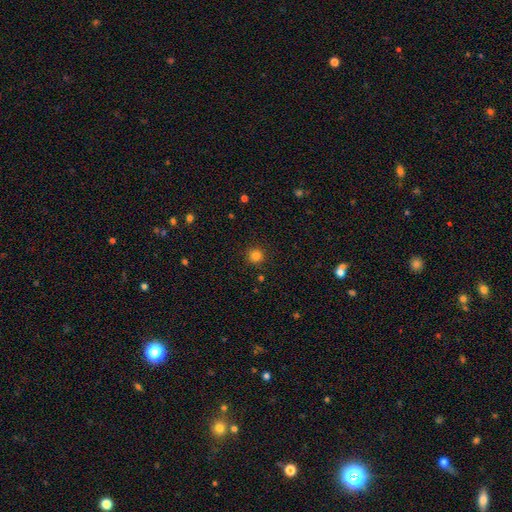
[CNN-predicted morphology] Smooth or featured: smooth — 83% (star or artifact — 13%)
How rounded: round — 95% (in between — 4%)
Merging: none — 92% (minor disturbance — 5%)